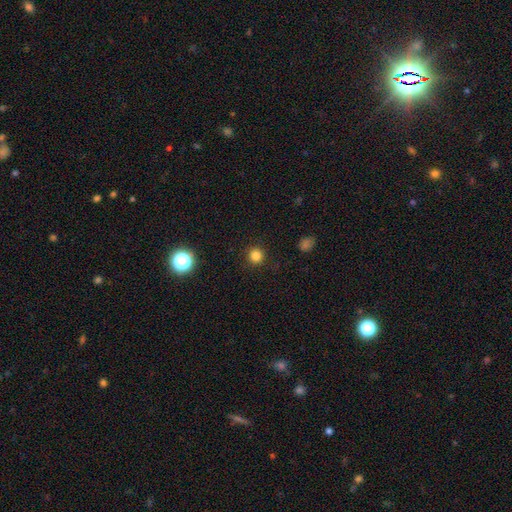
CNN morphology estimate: This is clearly a smooth galaxy (82%). How rounded: clearly round (95%). Merging: clearly none (92%).